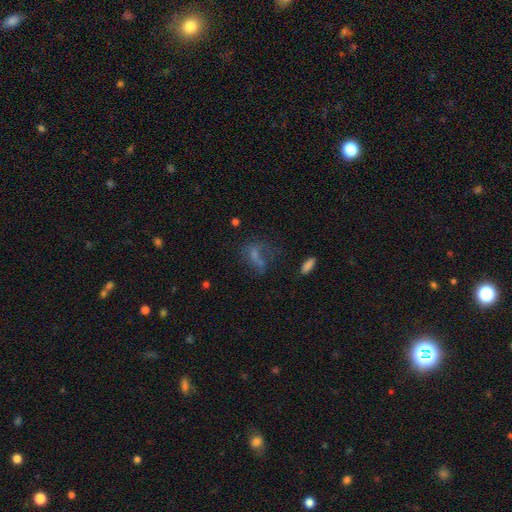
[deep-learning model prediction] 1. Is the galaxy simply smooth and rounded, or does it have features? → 46% smooth, 31% featured or disk, 23% star or artifact.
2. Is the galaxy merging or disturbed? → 37% none, 29% major disturbance, 17% minor disturbance, 17% merger.